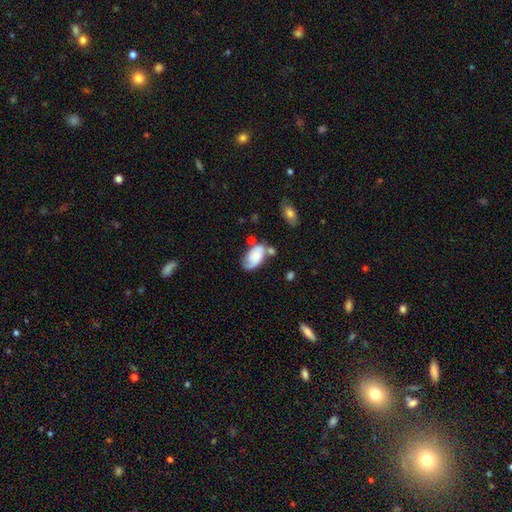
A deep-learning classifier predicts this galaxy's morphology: Smooth or featured: smooth — 50% (featured or disk — 42%)
Merging: none — 41% (minor disturbance — 27%)